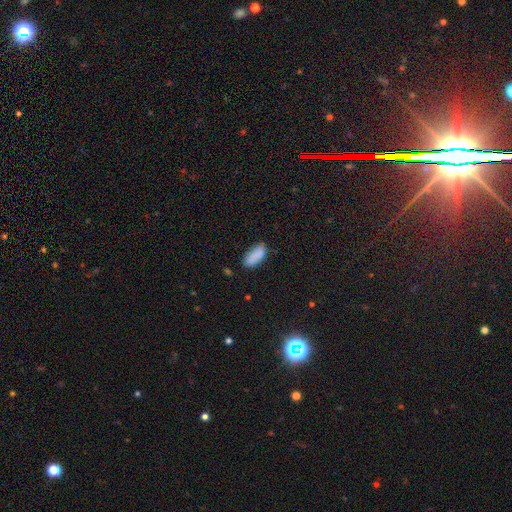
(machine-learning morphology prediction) Smooth or featured: smooth — 87% (star or artifact — 8%)
How rounded: in between — 86% (cigar-shaped — 12%)
Merging: none — 74% (minor disturbance — 19%)